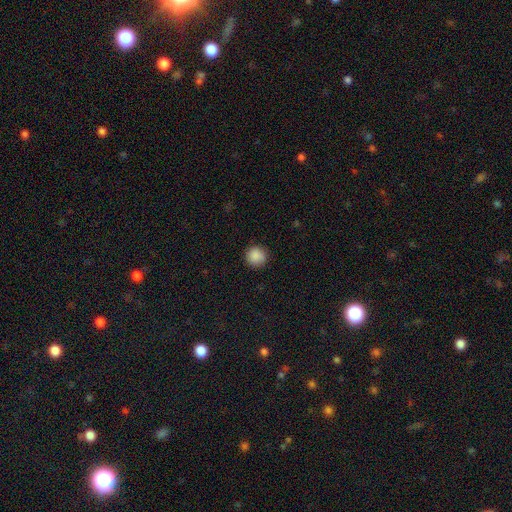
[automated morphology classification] Smooth or featured? Predicted: smooth (p=0.88). How rounded? Predicted: round (p=0.94). Merging? Predicted: none (p=0.91).